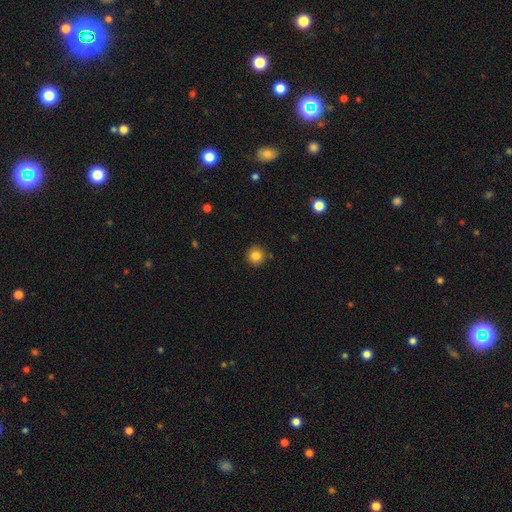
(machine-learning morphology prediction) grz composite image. It shows a smooth galaxy with no disk features (84%) that is round (95%). Merging: none (90%).